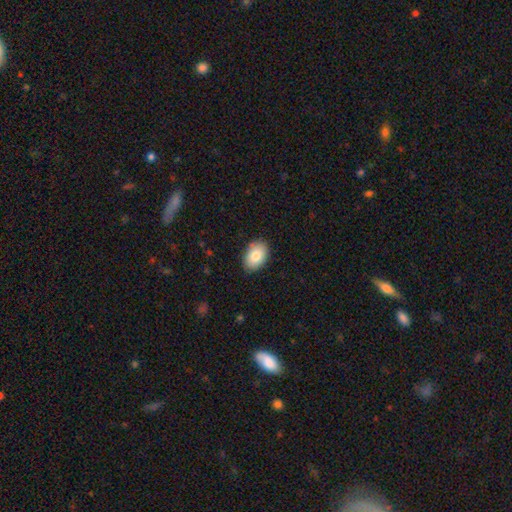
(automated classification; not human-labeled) smooth-or-featured: smooth: 85% | featured or disk: 9% | star or artifact: 7%
  how-rounded: in between: 88% | round: 11% | cigar-shaped: 1%
  merging: none: 87% | minor disturbance: 10% | major disturbance: 2% | merger: 1%